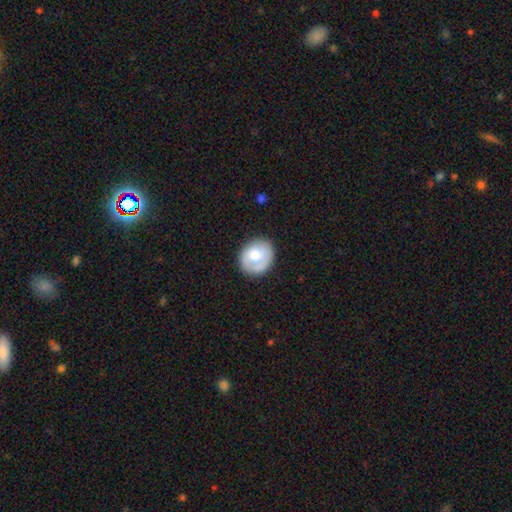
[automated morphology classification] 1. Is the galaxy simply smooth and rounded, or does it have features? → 65% smooth, 28% featured or disk, 7% star or artifact.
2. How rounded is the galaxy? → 68% round, 31% in between, 1% cigar-shaped.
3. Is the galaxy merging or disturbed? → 72% none, 20% minor disturbance, 7% major disturbance, 2% merger.